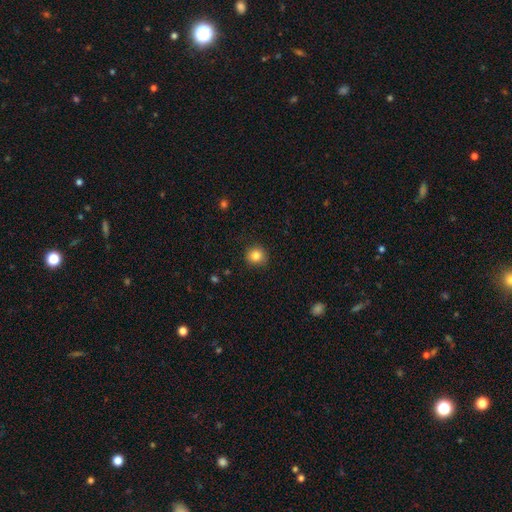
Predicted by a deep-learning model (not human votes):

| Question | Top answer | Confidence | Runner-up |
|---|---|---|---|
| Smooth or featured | smooth | 84% | star or artifact (11%) |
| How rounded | round | 89% | in between (10%) |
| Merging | none | 90% | minor disturbance (7%) |